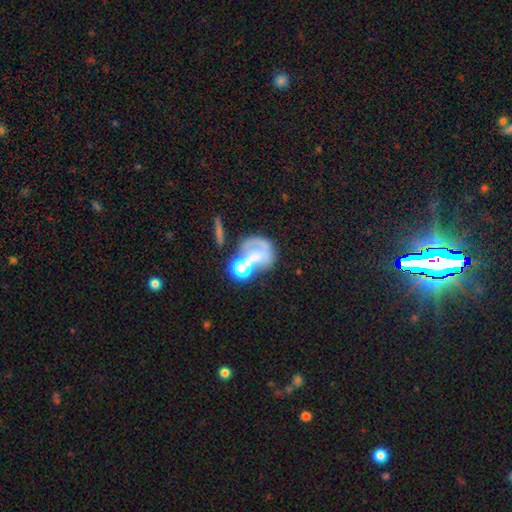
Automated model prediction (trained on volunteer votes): Smooth or featured? featured or disk (45%)
Merging? merger (37%)